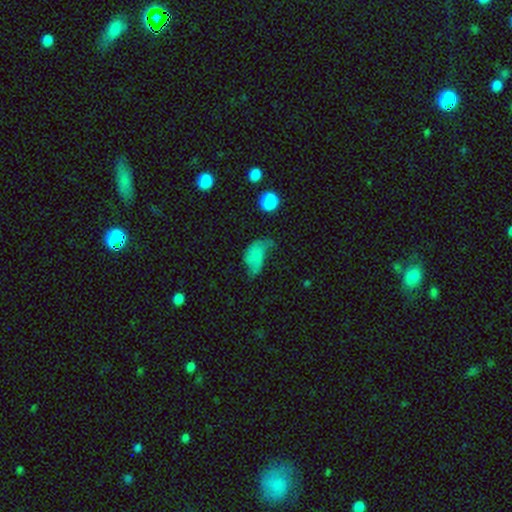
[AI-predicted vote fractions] A smooth galaxy with no disk features (51%) that is in between round and cigar-shaped (87%). Merging: major disturbance (43%).